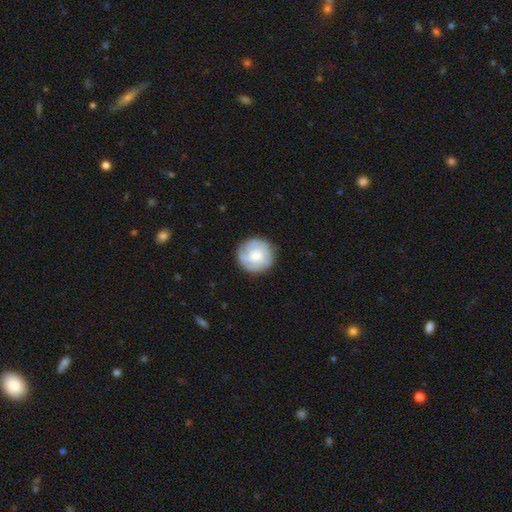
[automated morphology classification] Smooth or featured? featured or disk (67%)
Edge-on disk? no (98%)
Bar? no (77%)
Spiral arms? yes (90%)
Spiral winding? tight (70%)
Spiral arm count? 3 (33%)
Bulge size? small (51%)
Merging? none (83%)